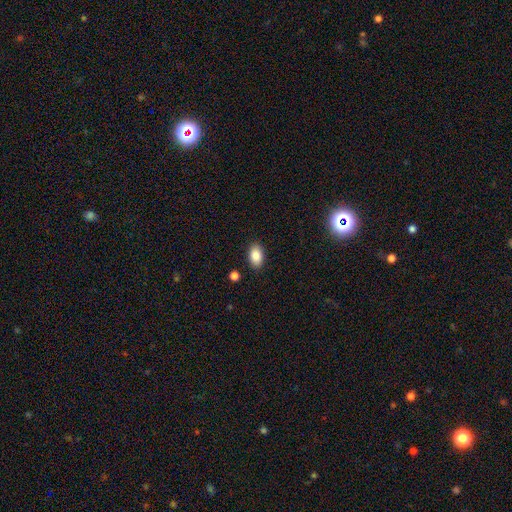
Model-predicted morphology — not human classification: Smooth or featured: smooth — 86% (star or artifact — 8%)
How rounded: in between — 91% (round — 7%)
Merging: none — 88% (minor disturbance — 8%)